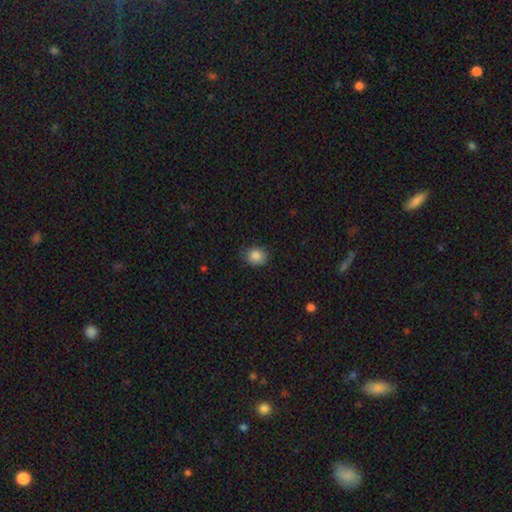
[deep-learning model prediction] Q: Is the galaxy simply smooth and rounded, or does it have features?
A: smooth — 86%.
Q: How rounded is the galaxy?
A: round — 66%.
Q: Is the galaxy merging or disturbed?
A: none — 81%.